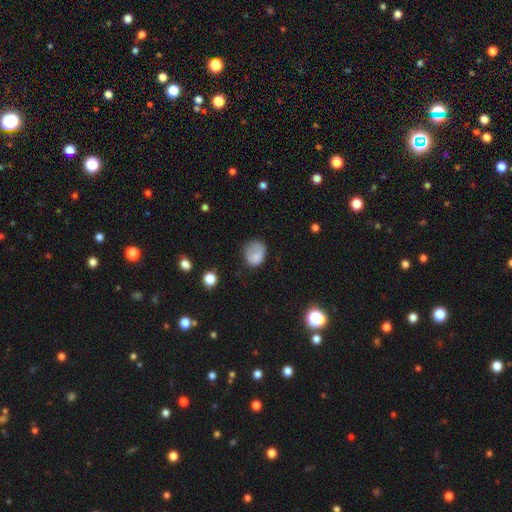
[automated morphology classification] smooth-or-featured: smooth: 80% | featured or disk: 10% | star or artifact: 10%
  how-rounded: round: 57% | in between: 42% | cigar-shaped: 1%
  merging: none: 52% | minor disturbance: 29% | major disturbance: 16% | merger: 2%